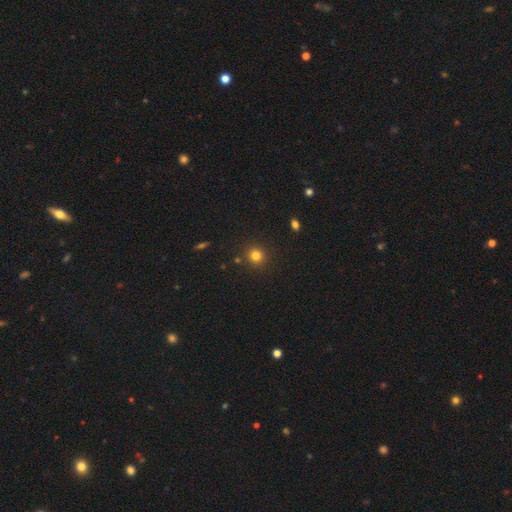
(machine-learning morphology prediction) type=smooth (81%); roundness=round (92%); merging=none (88%).